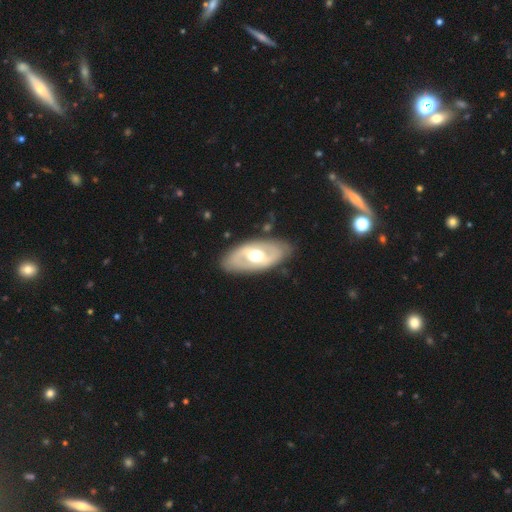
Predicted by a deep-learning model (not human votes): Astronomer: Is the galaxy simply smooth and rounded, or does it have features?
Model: featured or disk — 66%.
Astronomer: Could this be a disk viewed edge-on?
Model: no — 89%.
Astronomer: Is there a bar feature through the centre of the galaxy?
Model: no — 54%.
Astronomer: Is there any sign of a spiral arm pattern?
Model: no — 61% (runner-up: yes, 39%).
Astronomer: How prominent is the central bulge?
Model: moderate — 64%.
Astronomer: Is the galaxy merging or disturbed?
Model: none — 83%.